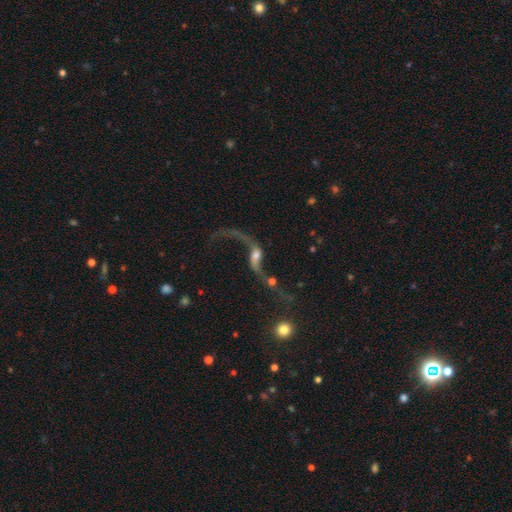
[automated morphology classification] smooth_or_featured: featured or disk (p=0.80) [alt: smooth p=0.11]
disk_edge_on: no (p=0.92) [alt: yes p=0.08]
bar: no (p=0.46) [alt: weak p=0.35]
has_spiral_arms: yes (p=0.89) [alt: no p=0.11]
spiral_winding: loose (p=0.96) [alt: medium p=0.03]
spiral_arm_count: 2 (p=0.89) [alt: 1 p=0.07]
bulge_size: moderate (p=0.46) [alt: small p=0.29]
merging: none (p=0.35) [alt: merger p=0.30]